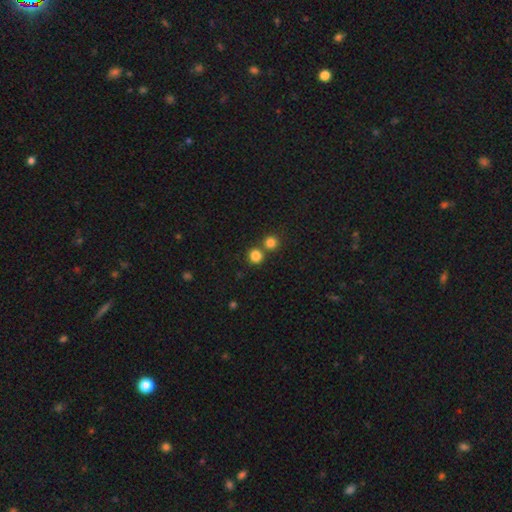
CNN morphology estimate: Smooth or featured? smooth (82%)
How rounded? round (91%)
Merging? none (69%)